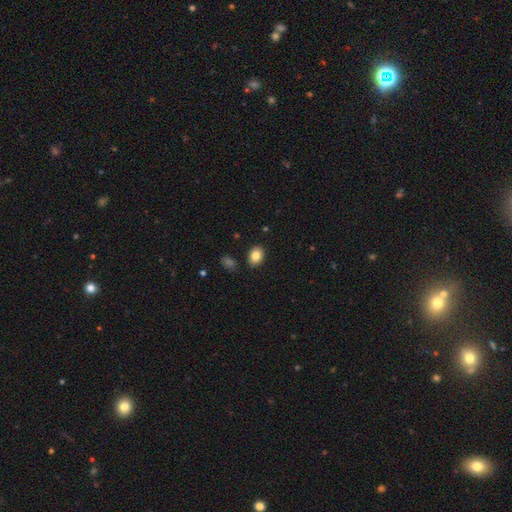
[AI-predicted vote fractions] Smooth or featured? smooth (84%)
How rounded? in between (75%)
Merging? none (87%)